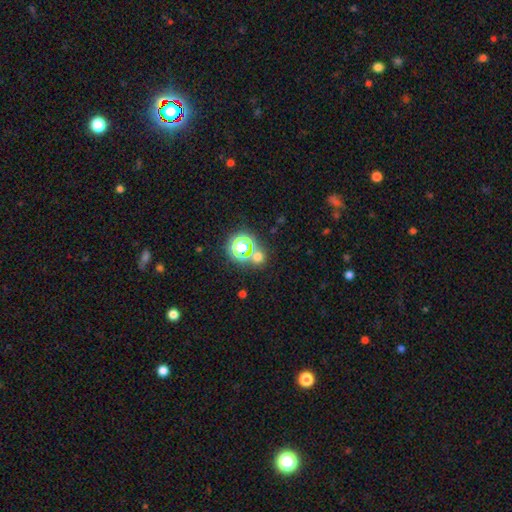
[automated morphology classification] A star or artifact, not a galaxy (58%).